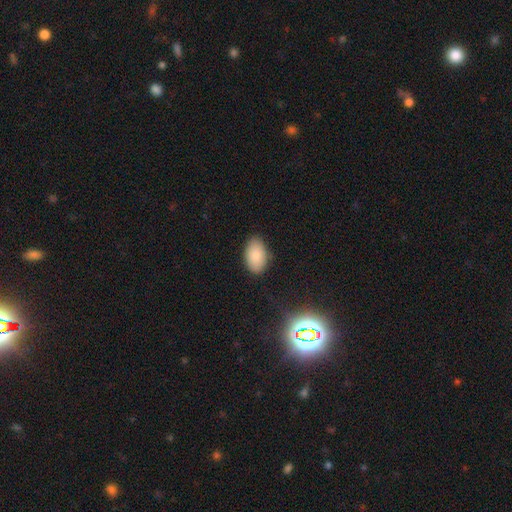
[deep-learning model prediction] Smooth or featured? smooth (86%)
How rounded? in between (92%)
Merging? none (84%)